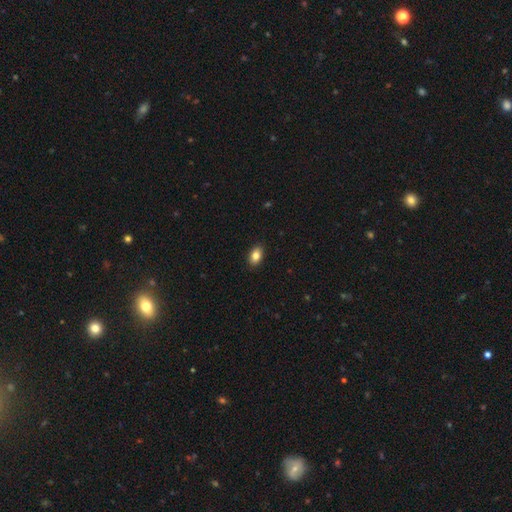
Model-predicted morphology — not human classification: Smooth or featured? Predicted: smooth (p=0.84). How rounded? Predicted: in between (p=0.86). Merging? Predicted: none (p=0.90).